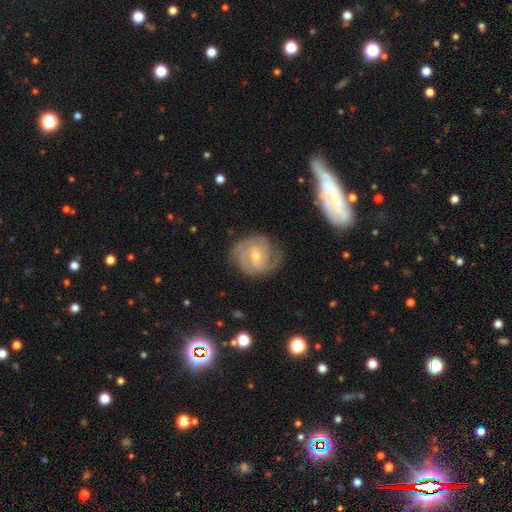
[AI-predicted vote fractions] featured or disk 84%, smooth 10%, star or artifact 6%. Down the decision tree: edge-on disk — no (97%); bar — no (44%); spiral arms — yes (96%); spiral arm count — 3 (33%); spiral winding — tight (61%); bulge size — moderate (53%); merging — none (75%).